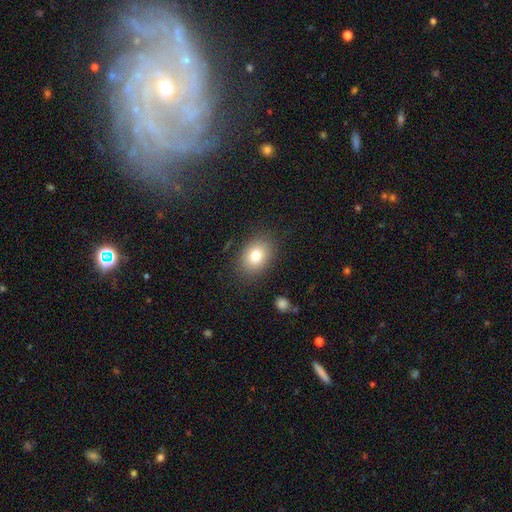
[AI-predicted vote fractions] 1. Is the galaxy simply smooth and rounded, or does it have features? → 79% smooth, 11% featured or disk, 10% star or artifact.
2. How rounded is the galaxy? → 66% in between, 34% round, 1% cigar-shaped.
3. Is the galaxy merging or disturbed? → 84% none, 11% minor disturbance, 4% major disturbance, 2% merger.